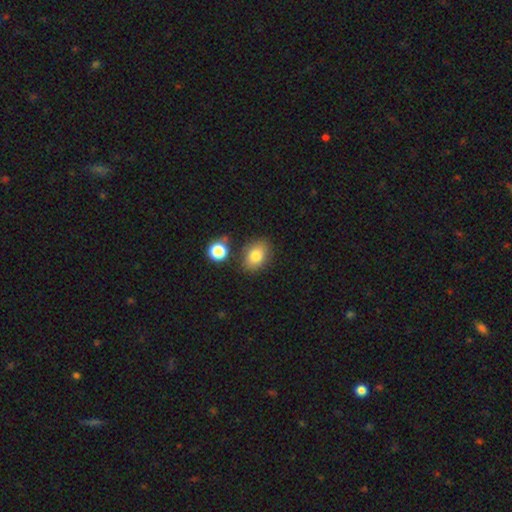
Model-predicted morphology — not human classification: smooth_or_featured: smooth (p=0.81) [alt: star or artifact p=0.10]
how_rounded: in between (p=0.74) [alt: round p=0.25]
merging: none (p=0.79) [alt: minor disturbance p=0.12]